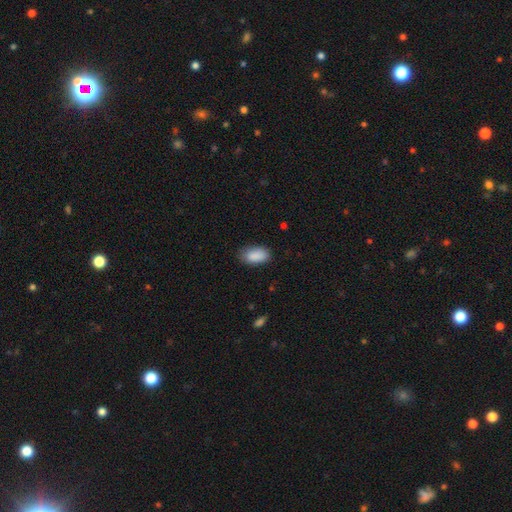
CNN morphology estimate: Smooth or featured? Predicted: smooth (p=0.89). How rounded? Predicted: in between (p=0.94). Merging? Predicted: none (p=0.80).